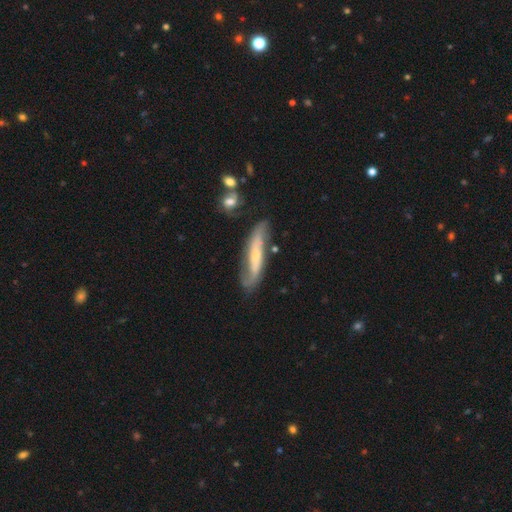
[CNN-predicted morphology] Smooth or featured?
  - featured or disk: 69% *
  - smooth: 25%
  - star or artifact: 6%
Edge-on disk?
  - no: 67% *
  - yes: 33%
Merging?
  - none: 64% *
  - minor disturbance: 22%
  - major disturbance: 9%
  - merger: 5%